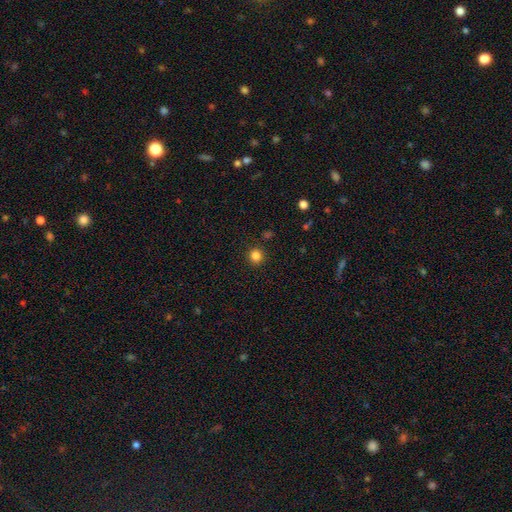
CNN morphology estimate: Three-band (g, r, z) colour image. It shows a smooth galaxy with no disk features (83%) that is round (91%). Merging: none (90%).